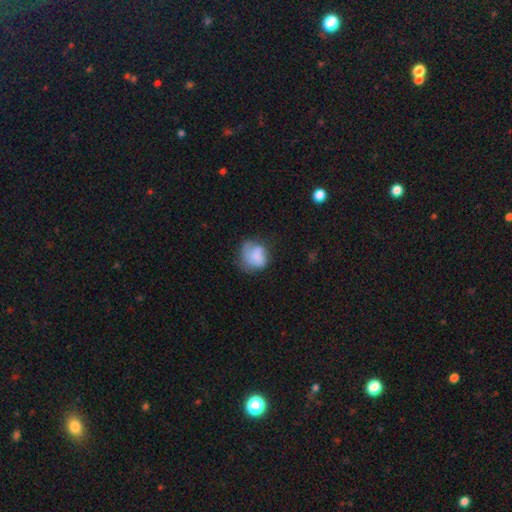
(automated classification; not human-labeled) Q: Smooth or featured?
A: smooth (67%); runner-up: featured or disk (24%)
Q: How rounded?
A: round (65%); runner-up: in between (34%)
Q: Merging?
A: none (43%); runner-up: minor disturbance (31%)